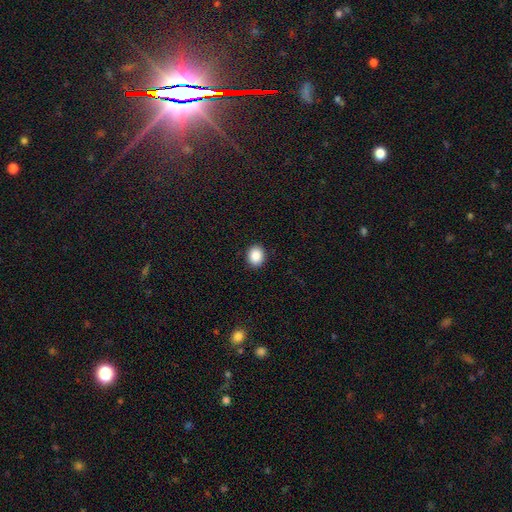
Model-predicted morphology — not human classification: A smooth galaxy with no disk features (89%) that is round (60%).

Vote fractions:
- Smooth or featured? smooth: 89% / star or artifact: 8% / featured or disk: 3%
- How rounded? round: 60% / in between: 40% / cigar-shaped: 1%
- Merging? none: 91% / minor disturbance: 6% / major disturbance: 2% / merger: 1%